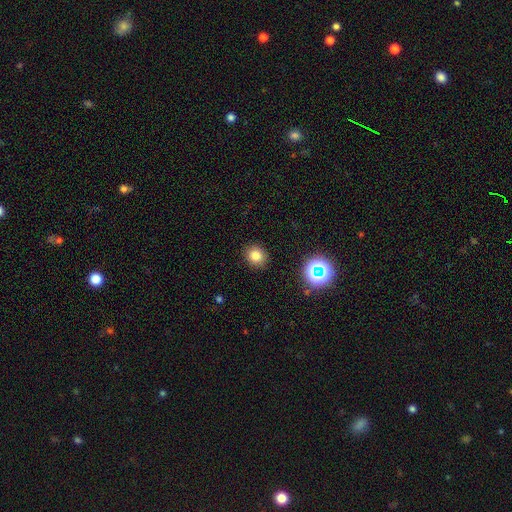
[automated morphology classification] smooth-or-featured: smooth: 79% | star or artifact: 15% | featured or disk: 6%
  how-rounded: round: 76% | in between: 23% | cigar-shaped: 1%
  merging: none: 89% | minor disturbance: 7% | major disturbance: 2% | merger: 1%